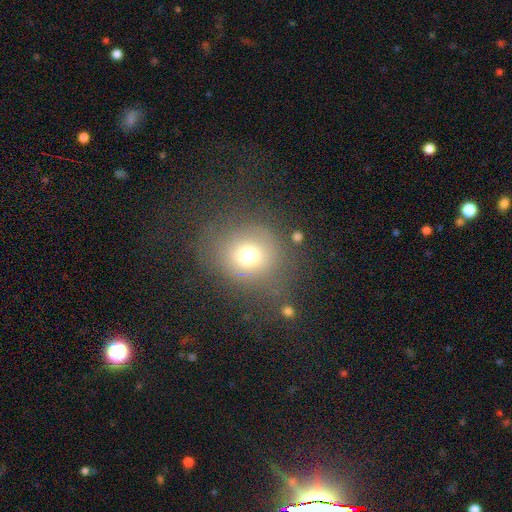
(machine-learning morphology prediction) A smooth galaxy with no disk features (56%) that is round (80%).

Vote fractions:
- Smooth or featured? smooth: 56% / star or artifact: 30% / featured or disk: 14%
- How rounded? round: 80% / in between: 19% / cigar-shaped: 1%
- Merging? none: 74% / minor disturbance: 14% / major disturbance: 10% / merger: 3%